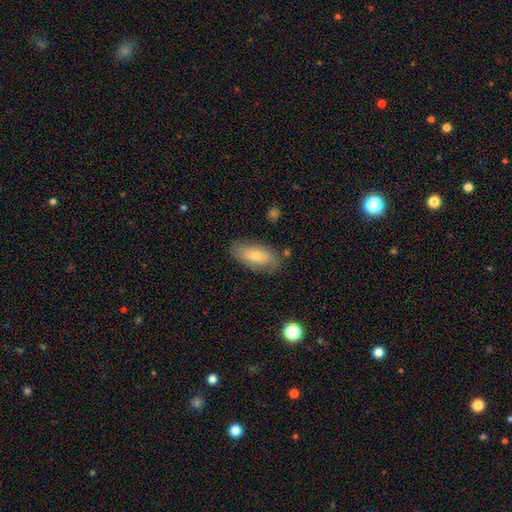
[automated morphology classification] A smooth galaxy with no disk features (63%) that is in between round and cigar-shaped (86%).

Vote fractions:
- Smooth or featured? smooth: 63% / featured or disk: 30% / star or artifact: 8%
- How rounded? in between: 86% / cigar-shaped: 11% / round: 3%
- Merging? none: 80% / minor disturbance: 15% / major disturbance: 3% / merger: 2%